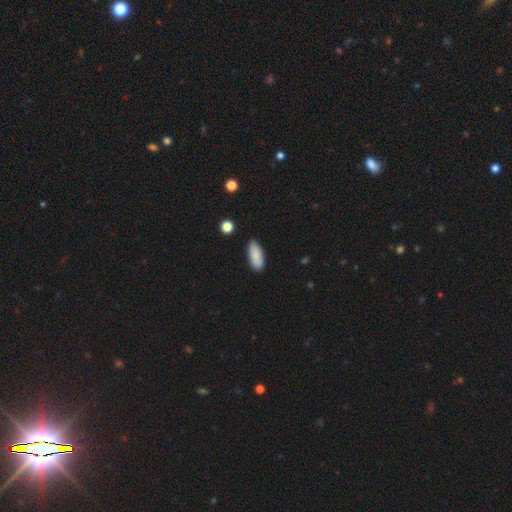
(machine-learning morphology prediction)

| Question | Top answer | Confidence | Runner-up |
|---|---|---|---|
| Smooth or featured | smooth | 87% | star or artifact (7%) |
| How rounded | in between | 82% | cigar-shaped (16%) |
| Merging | none | 85% | minor disturbance (11%) |